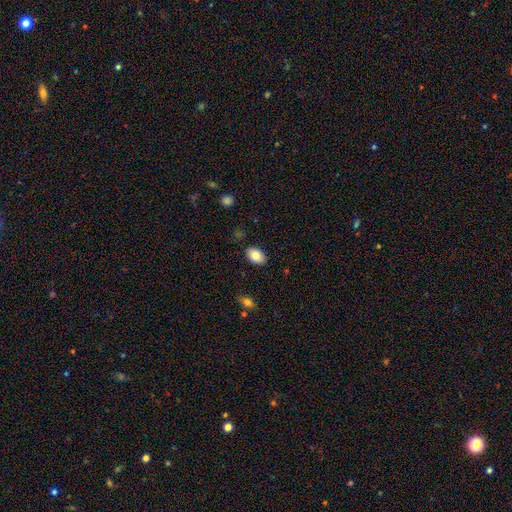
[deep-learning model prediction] The model was most divided on "smooth or featured": smooth: 84%, featured or disk: 9%, star or artifact: 7%. More confident: how rounded — in between (89%); merging — none (87%).